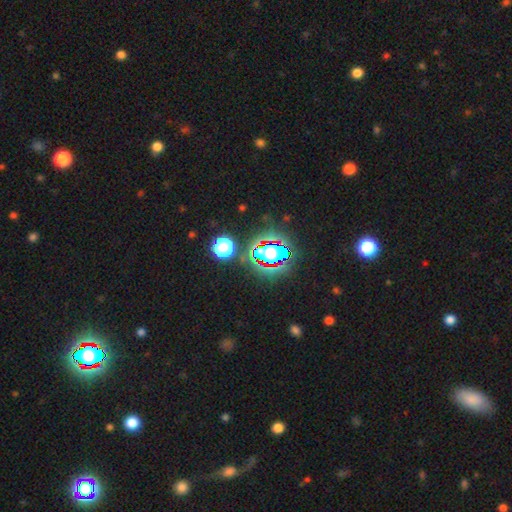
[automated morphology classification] A star or artifact, not a galaxy (81%).

Vote fractions:
- Smooth or featured? star or artifact: 81% / smooth: 12% / featured or disk: 7%